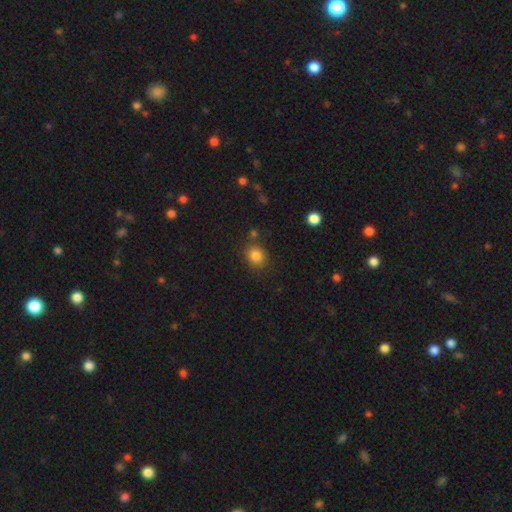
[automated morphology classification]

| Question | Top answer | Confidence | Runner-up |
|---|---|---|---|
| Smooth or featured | smooth | 84% | star or artifact (11%) |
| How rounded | round | 63% | in between (36%) |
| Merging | none | 80% | minor disturbance (11%) |